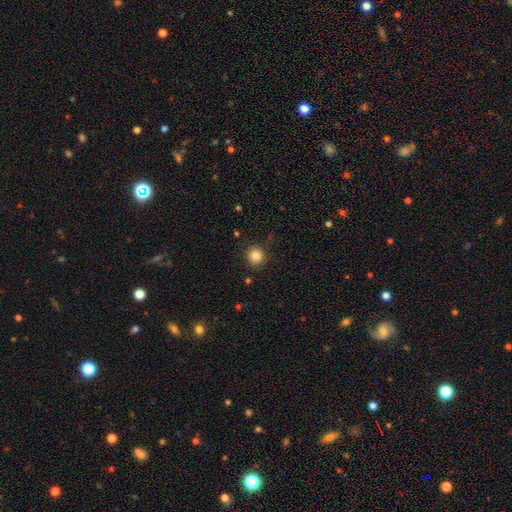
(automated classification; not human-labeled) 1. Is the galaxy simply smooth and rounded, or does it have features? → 83% smooth, 11% star or artifact, 6% featured or disk.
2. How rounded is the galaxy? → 93% round, 6% in between, 1% cigar-shaped.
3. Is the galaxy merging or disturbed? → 90% none, 7% minor disturbance, 2% major disturbance, 1% merger.